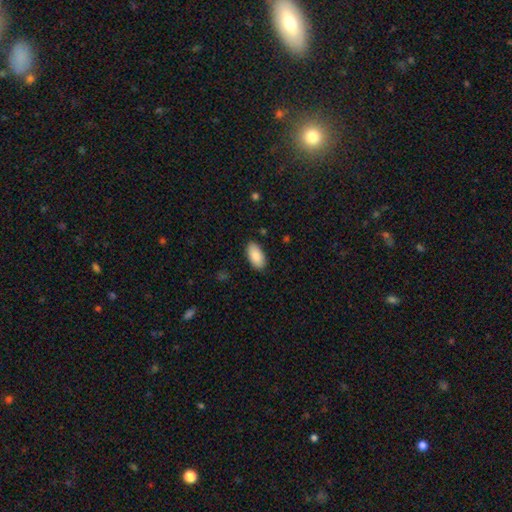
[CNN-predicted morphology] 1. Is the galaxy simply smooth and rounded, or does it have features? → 89% smooth, 6% star or artifact, 5% featured or disk.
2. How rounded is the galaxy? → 94% in between, 4% cigar-shaped, 2% round.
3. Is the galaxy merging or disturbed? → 87% none, 10% minor disturbance, 2% major disturbance, 1% merger.